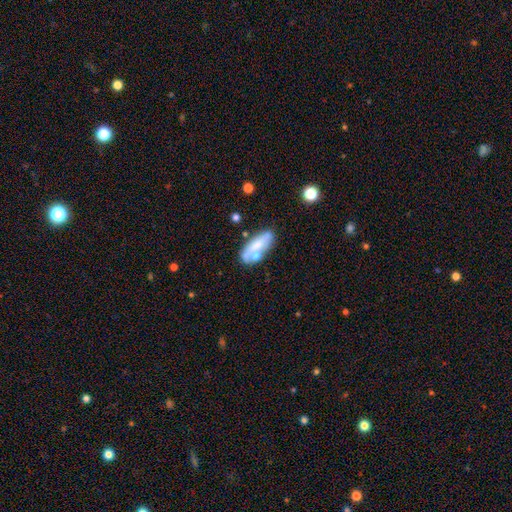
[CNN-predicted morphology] Overall: smooth (56%; featured or disk 37%). How rounded: in between (79%). Merging: none (49%; minor disturbance 21%).